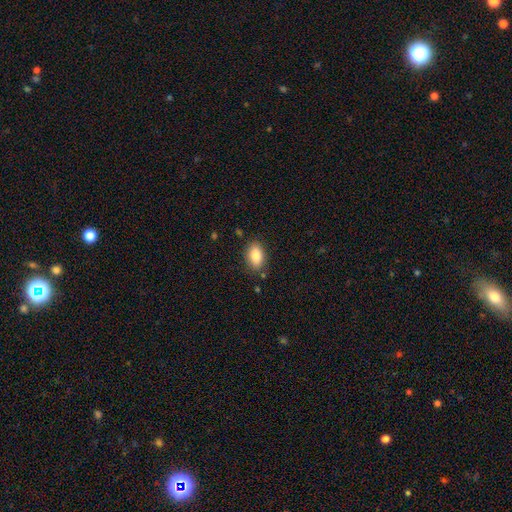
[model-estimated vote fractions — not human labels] Smooth or featured: smooth — 85% (star or artifact — 8%)
How rounded: in between — 90% (round — 7%)
Merging: none — 83% (minor disturbance — 12%)